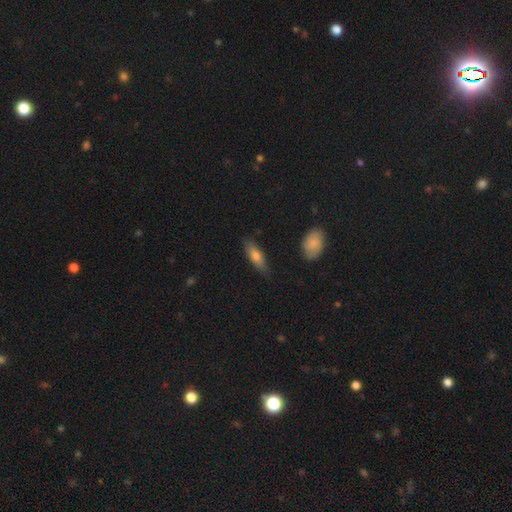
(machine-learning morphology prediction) smooth-or-featured: smooth: 73% | featured or disk: 21% | star or artifact: 6%
  how-rounded: in between: 59% | cigar-shaped: 38% | round: 2%
  merging: none: 78% | minor disturbance: 17% | major disturbance: 3% | merger: 2%